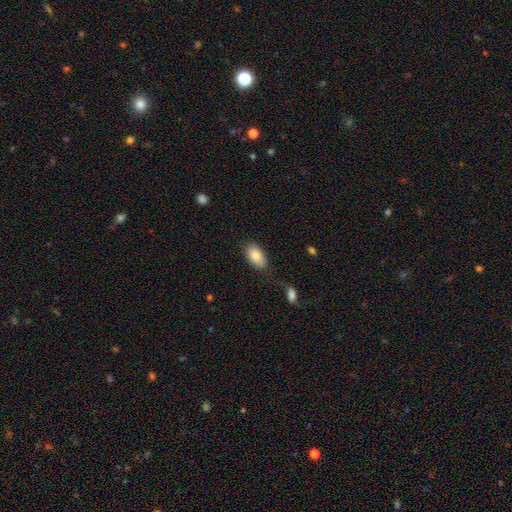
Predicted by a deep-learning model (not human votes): smooth-or-featured: smooth: 84% | featured or disk: 9% | star or artifact: 7%
  how-rounded: in between: 93% | round: 5% | cigar-shaped: 2%
  merging: none: 76% | minor disturbance: 15% | merger: 5% | major disturbance: 5%